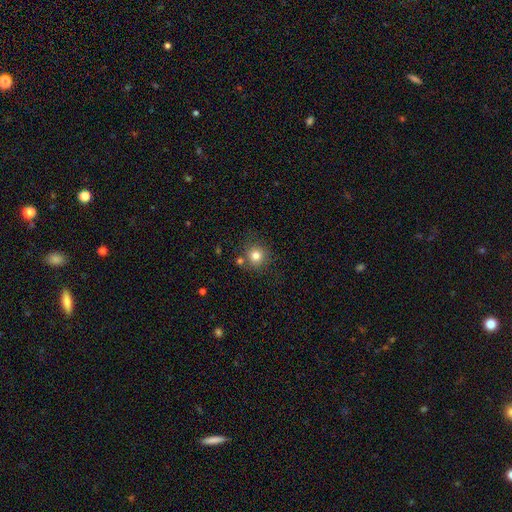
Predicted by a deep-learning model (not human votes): The model was most divided on "merging": none: 77%, minor disturbance: 10%, merger: 10%, major disturbance: 3%. More confident: how rounded — round (93%); smooth or featured — smooth (80%).